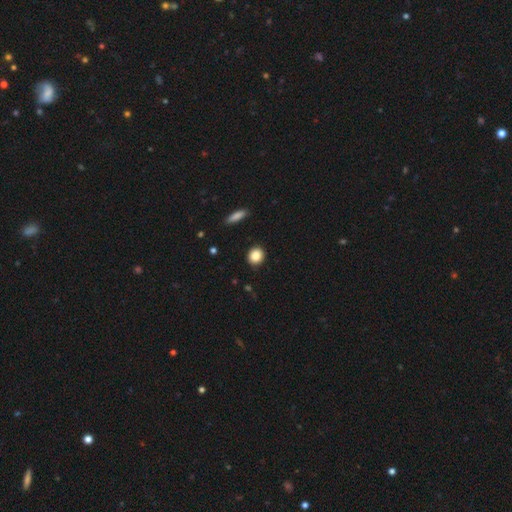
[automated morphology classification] smooth-or-featured: smooth: 87% | star or artifact: 9% | featured or disk: 4%
  how-rounded: round: 84% | in between: 14% | cigar-shaped: 1%
  merging: none: 90% | minor disturbance: 7% | major disturbance: 2% | merger: 1%